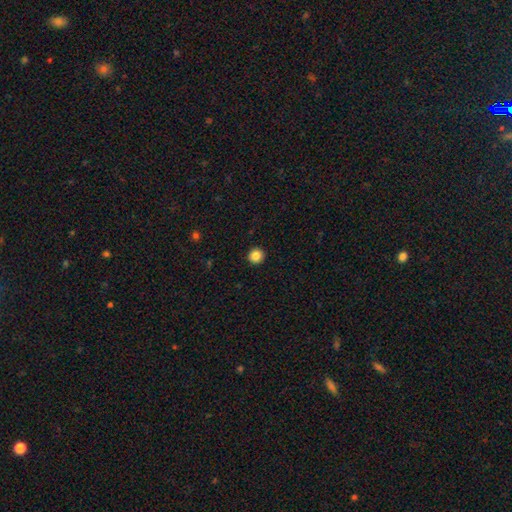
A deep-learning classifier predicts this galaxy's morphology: Smooth or featured? smooth (86%)
How rounded? round (95%)
Merging? none (93%)